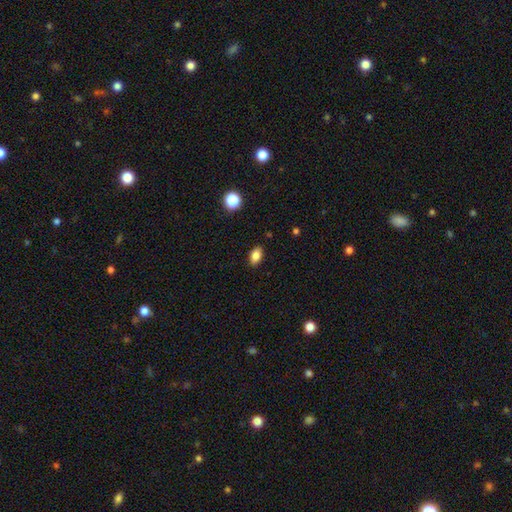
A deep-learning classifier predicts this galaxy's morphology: type=smooth (83%); roundness=in between (88%); merging=none (88%).